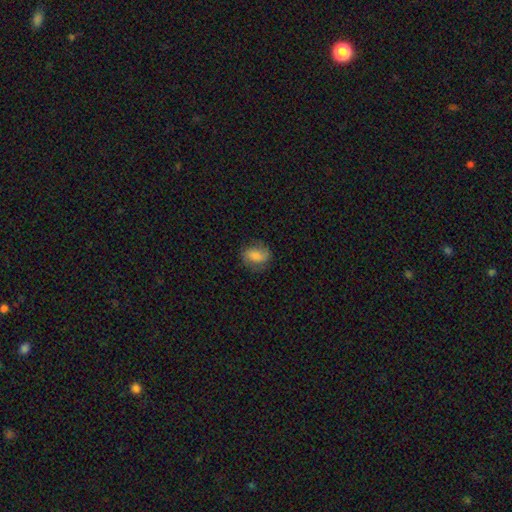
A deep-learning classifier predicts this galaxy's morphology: A smooth galaxy with no disk features (69%) that is in between round and cigar-shaped (68%).

Vote fractions:
- Smooth or featured? smooth: 69% / featured or disk: 23% / star or artifact: 9%
- How rounded? in between: 68% / round: 30% / cigar-shaped: 2%
- Merging? none: 74% / minor disturbance: 19% / major disturbance: 6% / merger: 1%